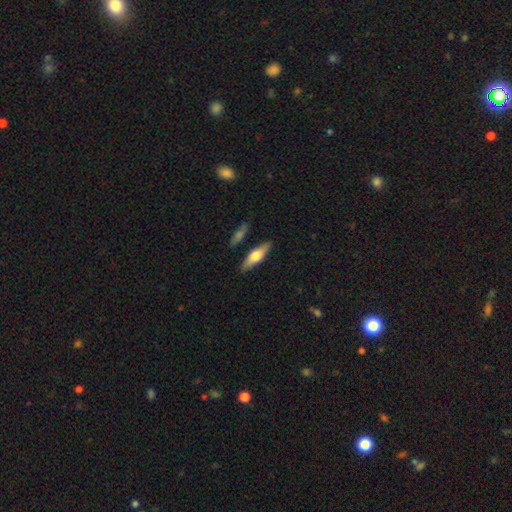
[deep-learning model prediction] This is possibly a smooth galaxy (52%). How rounded: possibly cigar-shaped (54%). Merging: clearly none (85%).